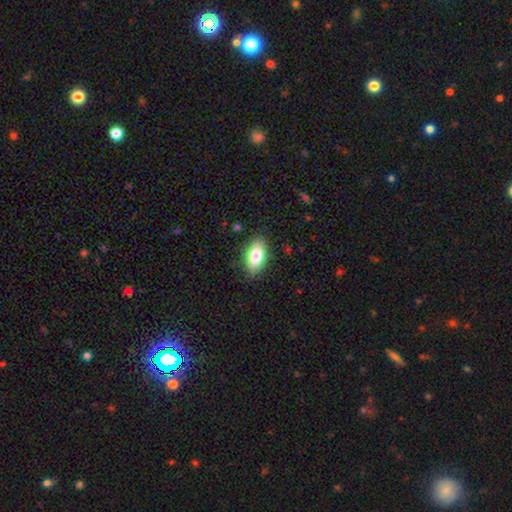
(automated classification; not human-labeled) A smooth galaxy with no disk features (80%) that is in between round and cigar-shaped (91%).

Vote fractions:
- Smooth or featured? smooth: 80% / featured or disk: 13% / star or artifact: 7%
- How rounded? in between: 91% / round: 5% / cigar-shaped: 4%
- Merging? none: 84% / minor disturbance: 12% / major disturbance: 3% / merger: 1%